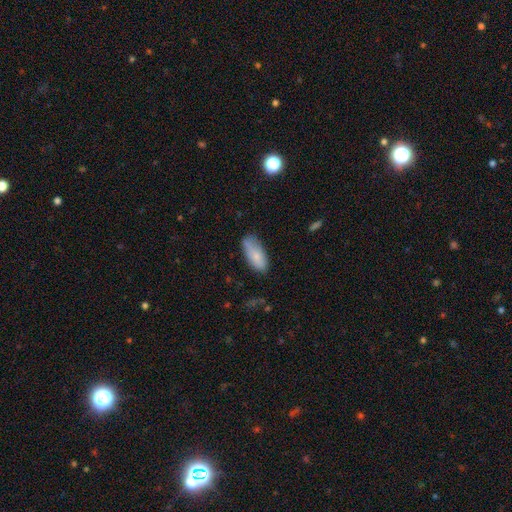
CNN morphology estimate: smooth-or-featured: smooth: 79% | featured or disk: 14% | star or artifact: 7%
  how-rounded: in between: 85% | cigar-shaped: 13% | round: 2%
  merging: none: 68% | minor disturbance: 25% | major disturbance: 5% | merger: 2%